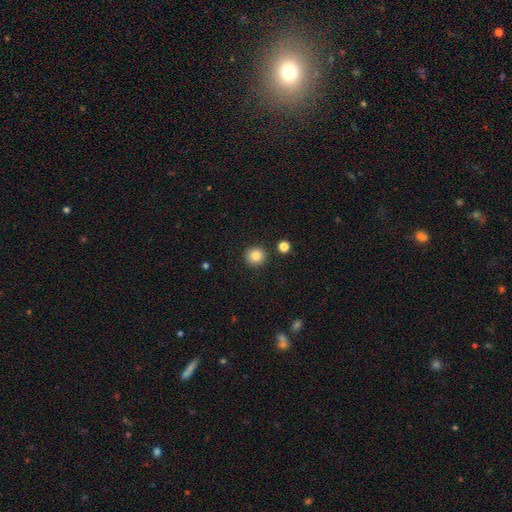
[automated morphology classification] type=smooth (85%); roundness=round (94%); merging=none (91%).